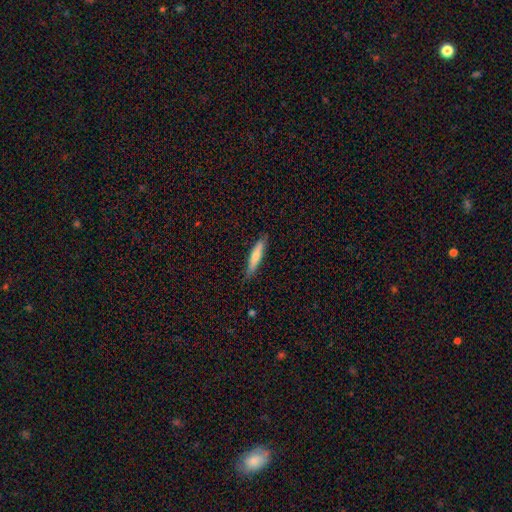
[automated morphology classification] smooth-or-featured: smooth: 69% | featured or disk: 25% | star or artifact: 6%
  how-rounded: cigar-shaped: 86% | in between: 13% | round: 1%
  merging: none: 82% | minor disturbance: 14% | major disturbance: 2% | merger: 1%